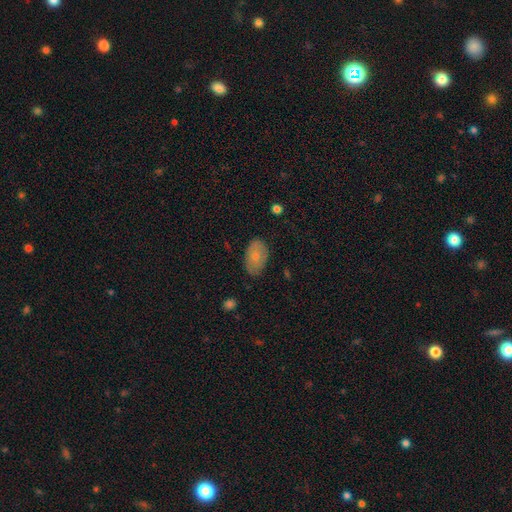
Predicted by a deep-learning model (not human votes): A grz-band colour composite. It shows a smooth galaxy with no disk features (73%) that is in between round and cigar-shaped (90%). Merging: none (77%).